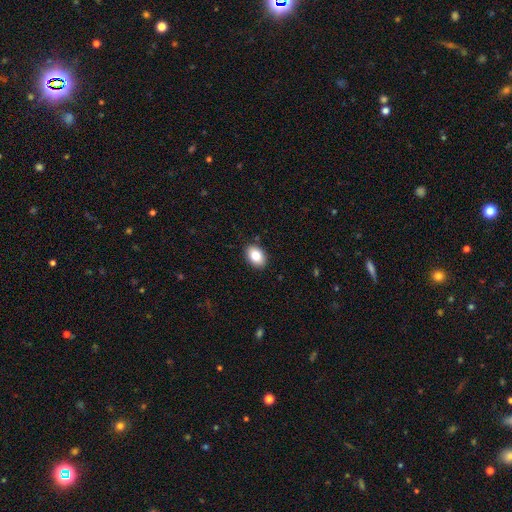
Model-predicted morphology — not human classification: This appears to be a smooth galaxy with no disk features (84%) that is in between round and cigar-shaped (85%). Merging: none (89%).